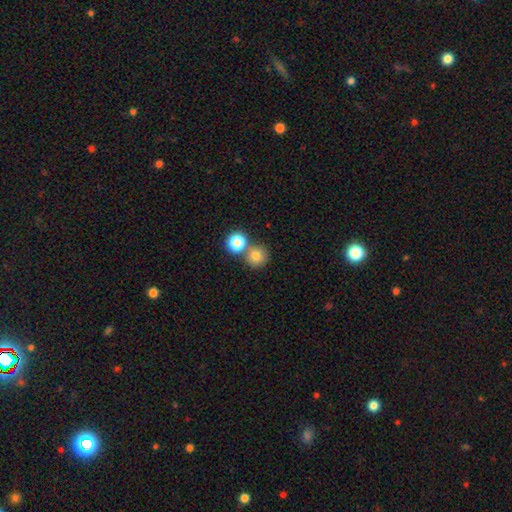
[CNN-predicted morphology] This is likely a smooth galaxy (77%). How rounded: clearly round (91%). Merging: possibly none (59%).